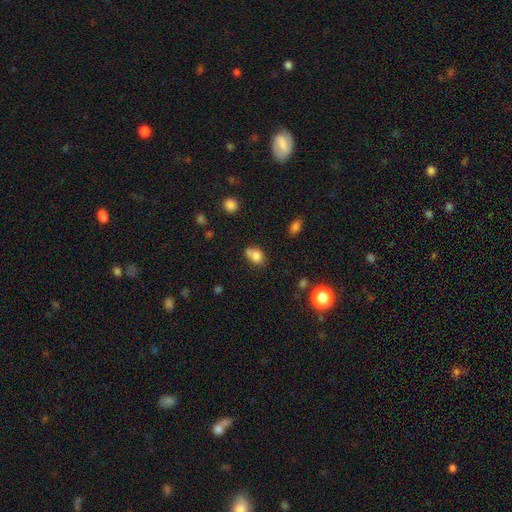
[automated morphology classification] type=smooth (78%); roundness=in between (55%); merging=none (41%).